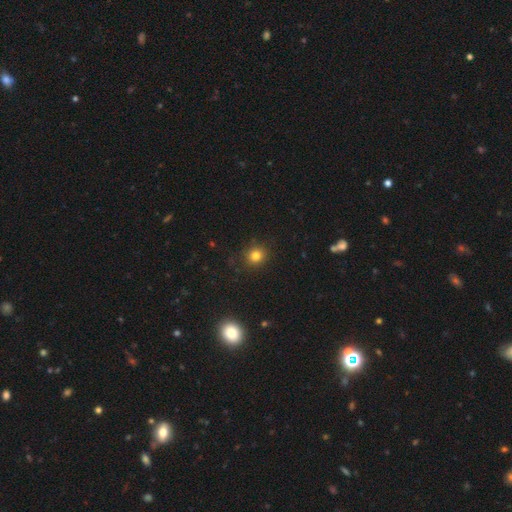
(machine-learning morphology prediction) Smooth or featured: smooth — 81% (star or artifact — 14%)
How rounded: round — 86% (in between — 13%)
Merging: none — 86% (minor disturbance — 10%)